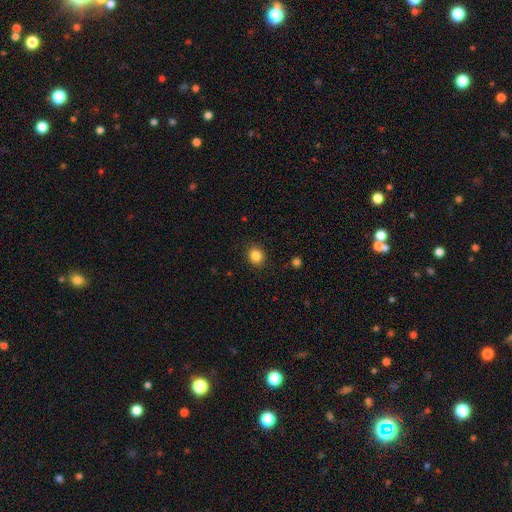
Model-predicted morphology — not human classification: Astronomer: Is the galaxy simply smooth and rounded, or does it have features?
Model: smooth — 85%.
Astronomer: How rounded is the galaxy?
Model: round — 79%.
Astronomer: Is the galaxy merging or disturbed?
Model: none — 90%.